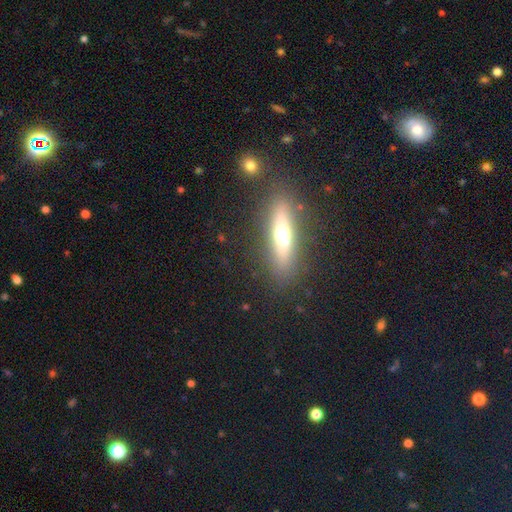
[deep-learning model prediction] Overall: featured or disk (50%; smooth 36%). Merging: none (86%).